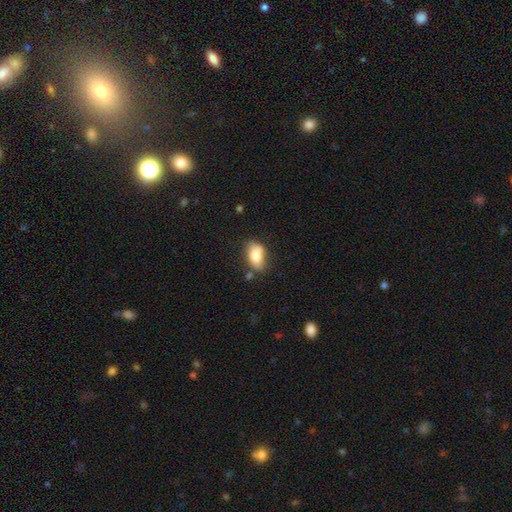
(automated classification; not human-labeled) A smooth galaxy with no disk features (76%) that is in between round and cigar-shaped (88%).

Vote fractions:
- Smooth or featured? smooth: 76% / featured or disk: 16% / star or artifact: 8%
- How rounded? in between: 88% / round: 9% / cigar-shaped: 3%
- Merging? none: 61% / minor disturbance: 23% / merger: 11% / major disturbance: 6%